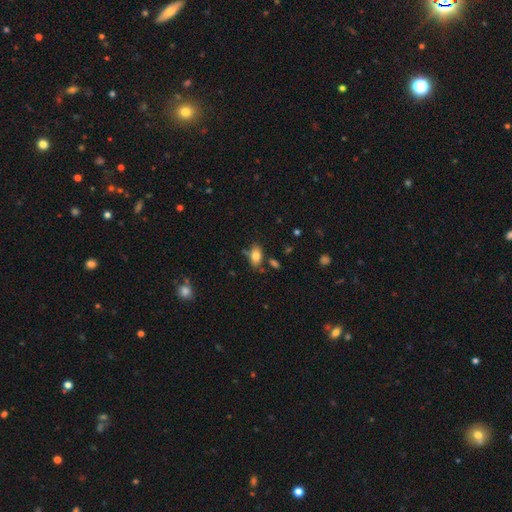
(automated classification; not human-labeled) Q: Smooth or featured?
A: smooth (80%); runner-up: featured or disk (11%)
Q: How rounded?
A: in between (88%); runner-up: round (8%)
Q: Merging?
A: none (68%); runner-up: minor disturbance (19%)